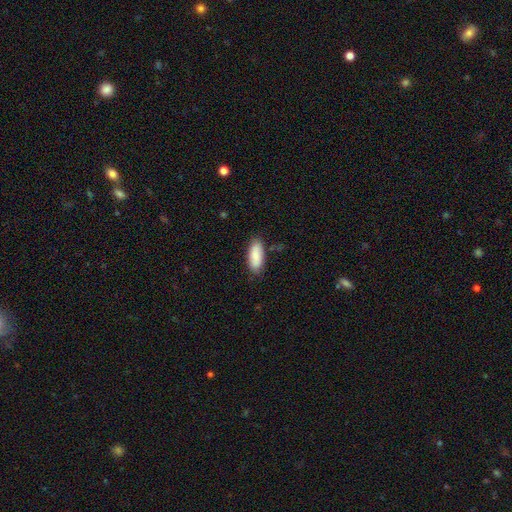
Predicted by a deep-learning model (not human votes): smooth-or-featured: smooth: 85% | featured or disk: 9% | star or artifact: 6%
  how-rounded: in between: 84% | cigar-shaped: 14% | round: 2%
  merging: none: 80% | minor disturbance: 15% | major disturbance: 3% | merger: 2%